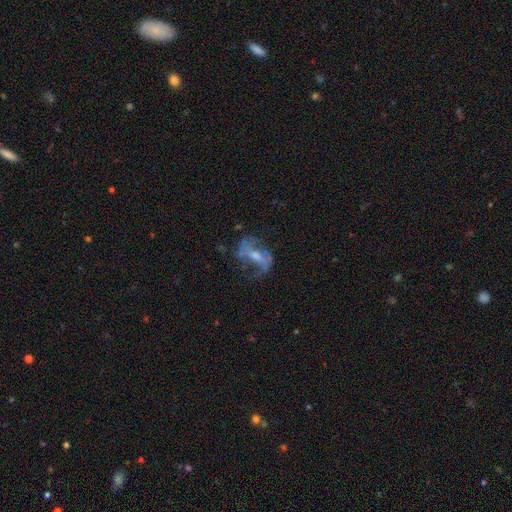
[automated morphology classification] type=featured or disk (73%); edge-on=no (93%); bar=weak (40%); spiral arms=yes (76%); winding=loose (54%); arm count=2 (75%); bulge=moderate (51%); merging=none (55%).